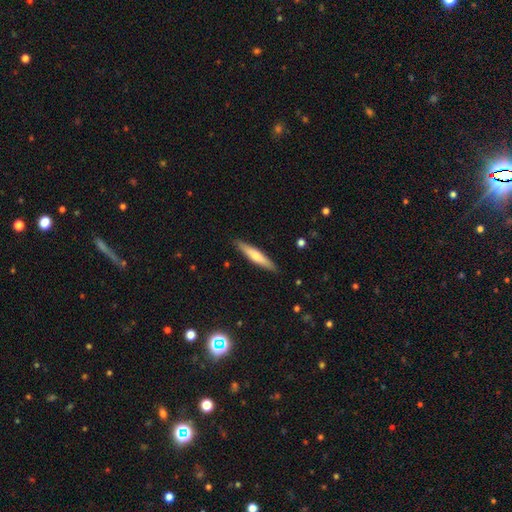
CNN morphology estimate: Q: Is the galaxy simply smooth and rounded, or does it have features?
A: smooth — 58%.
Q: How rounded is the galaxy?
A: cigar-shaped — 89%.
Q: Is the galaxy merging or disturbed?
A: none — 90%.